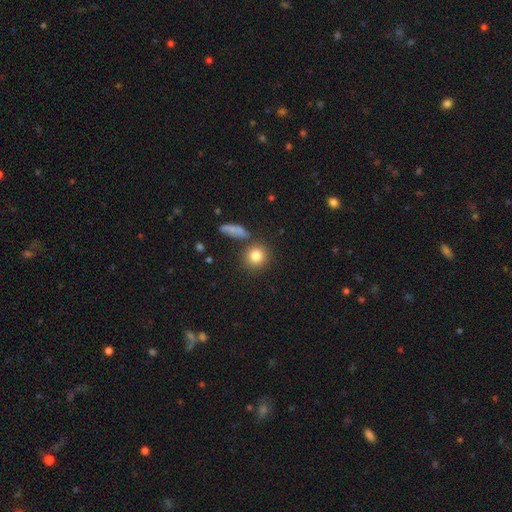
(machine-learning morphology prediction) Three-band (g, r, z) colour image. It shows a smooth galaxy with no disk features (81%) that is round (87%). Merging: none (78%).